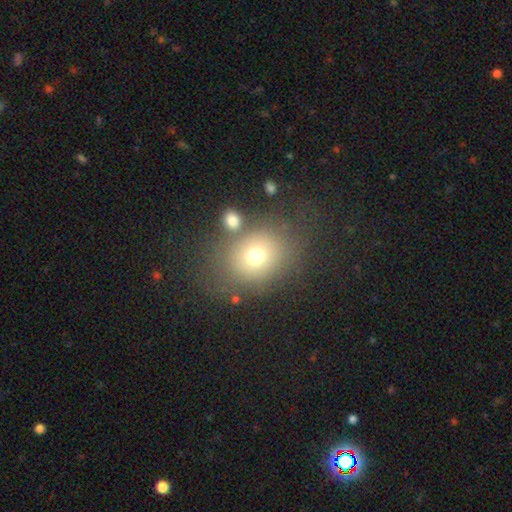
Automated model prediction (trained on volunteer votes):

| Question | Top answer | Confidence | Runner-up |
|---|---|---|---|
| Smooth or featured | smooth | 69% | star or artifact (16%) |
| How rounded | round | 55% | in between (44%) |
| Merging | none | 68% | minor disturbance (14%) |